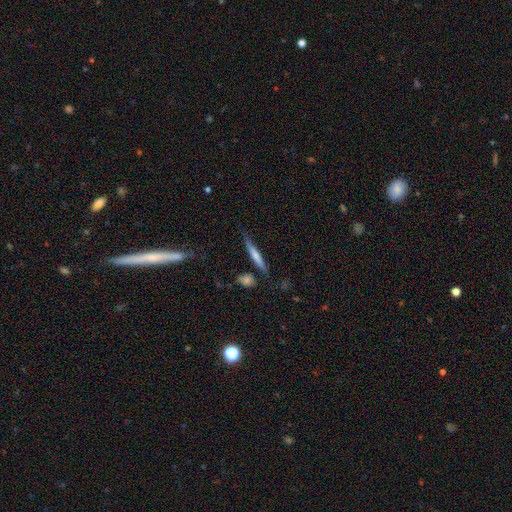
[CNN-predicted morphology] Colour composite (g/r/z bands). It shows a smooth galaxy with no disk features (61%) that is cigar-shaped (92%). Merging: none (78%).